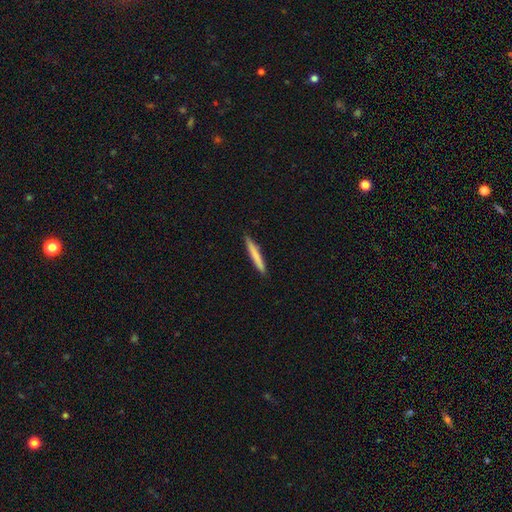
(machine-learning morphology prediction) type=smooth (75%); roundness=cigar-shaped (96%); merging=none (92%).